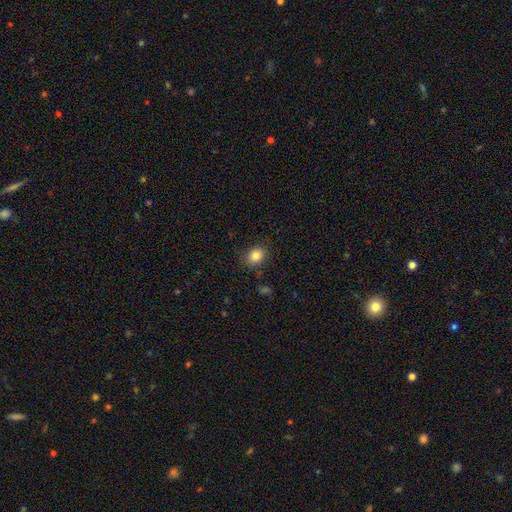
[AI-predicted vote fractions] Smooth or featured?
  - smooth: 83% *
  - star or artifact: 10%
  - featured or disk: 7%
How rounded?
  - round: 50% *
  - in between: 49%
  - cigar-shaped: 1%
Merging?
  - none: 85% *
  - minor disturbance: 10%
  - major disturbance: 3%
  - merger: 1%